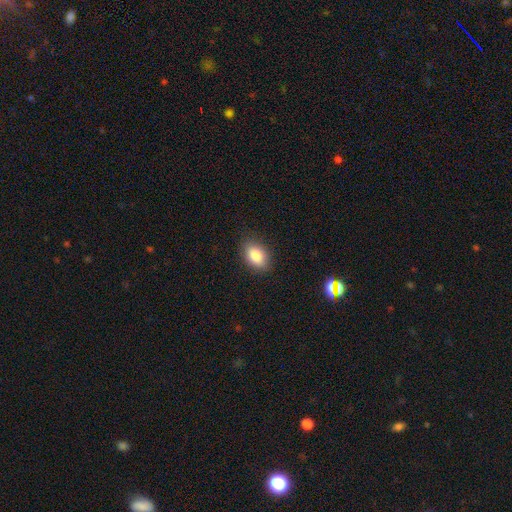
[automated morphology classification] A smooth galaxy with no disk features (86%) that is in between round and cigar-shaped (84%). Merging: none (86%).